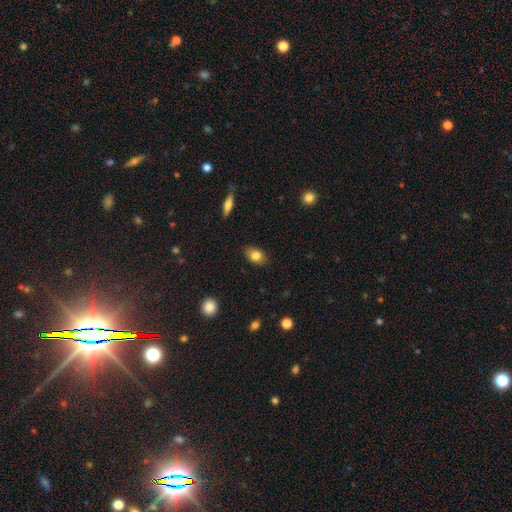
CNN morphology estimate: Smooth or featured? Predicted: smooth (p=0.81). How rounded? Predicted: in between (p=0.81). Merging? Predicted: none (p=0.86).